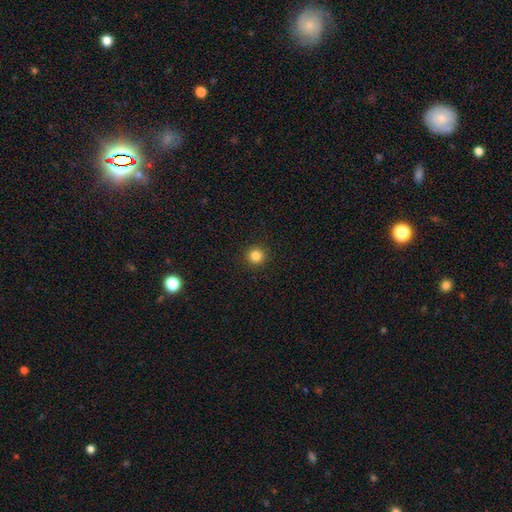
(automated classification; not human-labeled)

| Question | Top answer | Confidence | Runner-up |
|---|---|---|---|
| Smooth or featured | smooth | 84% | star or artifact (12%) |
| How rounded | round | 95% | in between (4%) |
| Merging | none | 93% | minor disturbance (4%) |